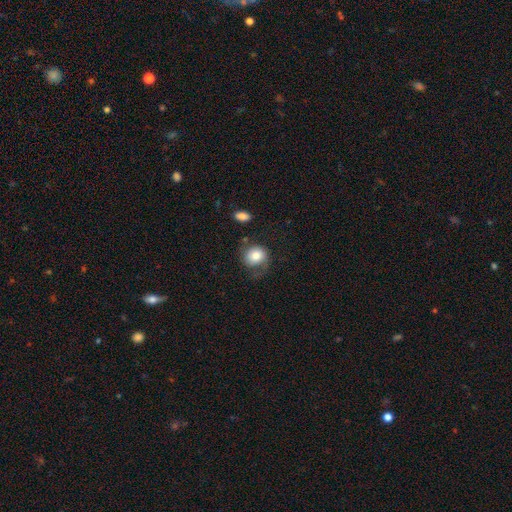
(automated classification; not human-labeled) The model was most divided on "merging": none: 47%, minor disturbance: 25%, major disturbance: 24%, merger: 5%. More confident: smooth or featured — smooth (73%); how rounded — round (72%).